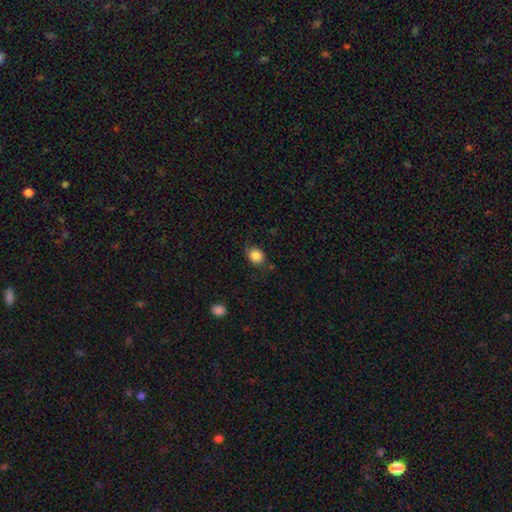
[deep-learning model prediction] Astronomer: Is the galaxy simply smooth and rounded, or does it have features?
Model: smooth — 83%.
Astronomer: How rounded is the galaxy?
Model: round — 53% (runner-up: in between, 46%).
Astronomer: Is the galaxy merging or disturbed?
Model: none — 65%.